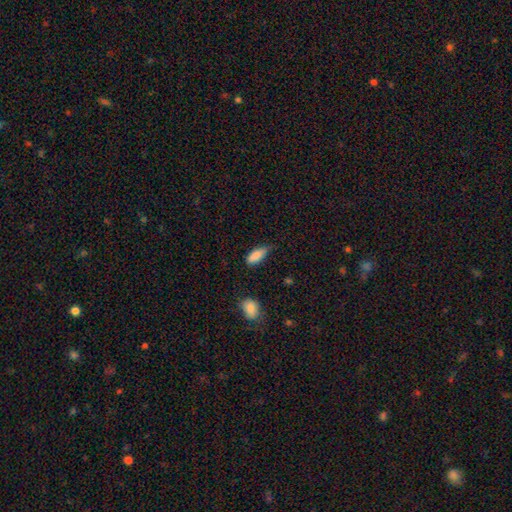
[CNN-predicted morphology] type=smooth (85%); roundness=in between (75%); merging=none (55%).